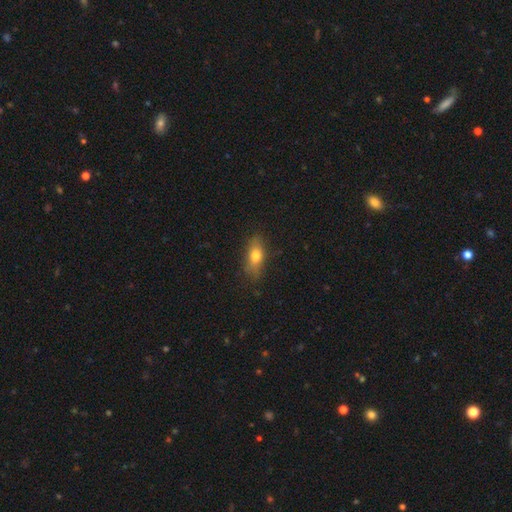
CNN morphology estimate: smooth-or-featured: smooth: 73% | featured or disk: 18% | star or artifact: 9%
  how-rounded: in between: 73% | cigar-shaped: 20% | round: 7%
  merging: none: 78% | minor disturbance: 16% | major disturbance: 4% | merger: 1%